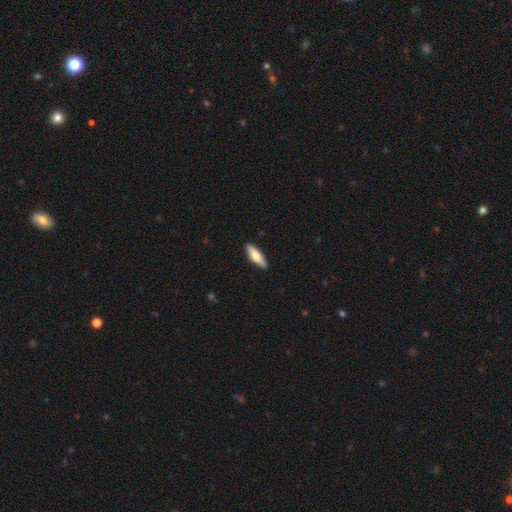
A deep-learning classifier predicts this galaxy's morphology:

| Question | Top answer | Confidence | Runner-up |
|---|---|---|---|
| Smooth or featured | smooth | 71% | featured or disk (24%) |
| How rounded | cigar-shaped | 52% | in between (46%) |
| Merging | none | 89% | minor disturbance (8%) |